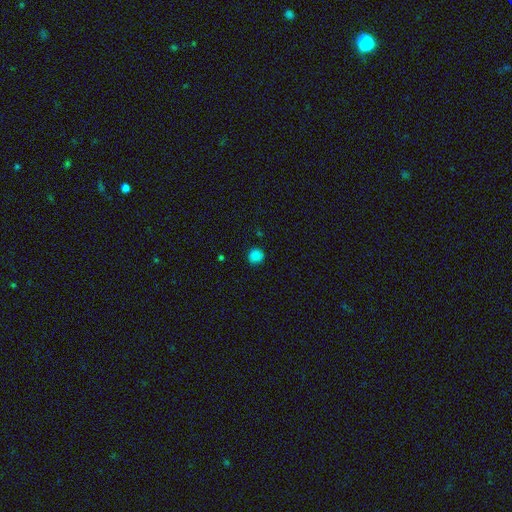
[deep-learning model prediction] This is clearly a smooth galaxy (84%). How rounded: clearly round (91%). Merging: clearly none (88%).